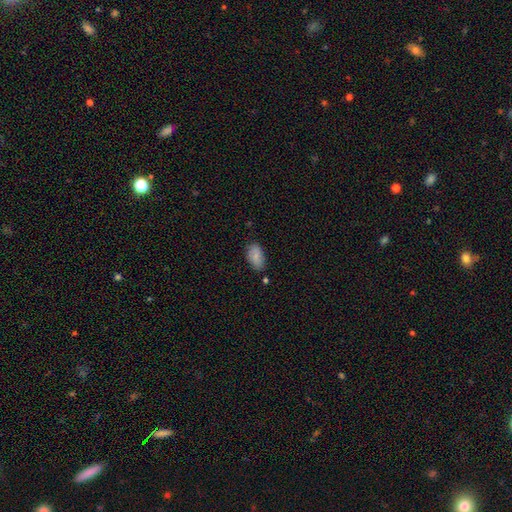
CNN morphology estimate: smooth_or_featured: smooth (p=0.83) [alt: featured or disk p=0.10]
how_rounded: in between (p=0.94) [alt: round p=0.04]
merging: none (p=0.74) [alt: minor disturbance p=0.19]